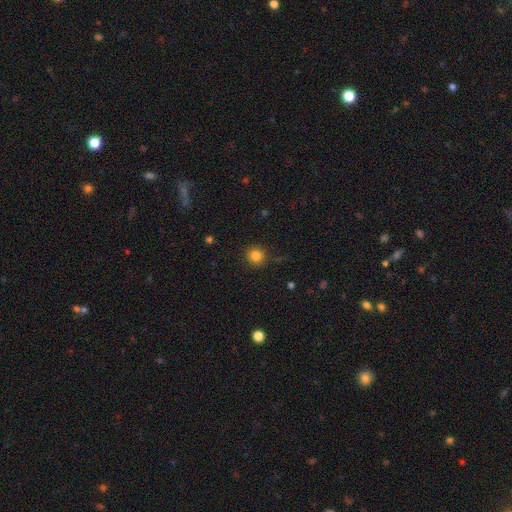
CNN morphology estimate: type=smooth (82%); roundness=round (92%); merging=none (88%).